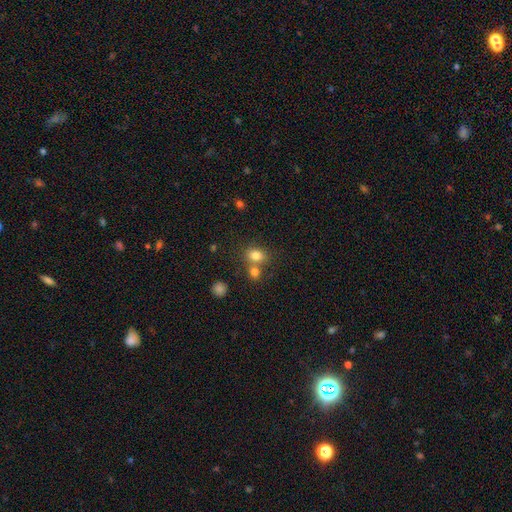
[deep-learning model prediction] Smooth or featured? smooth (80%)
How rounded? in between (49%, tied with round)
Merging? none (52%)